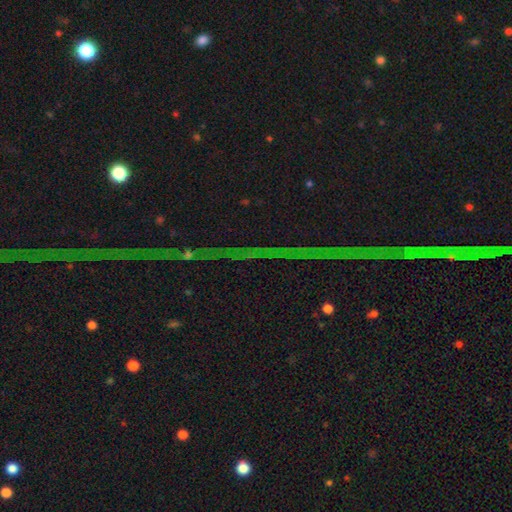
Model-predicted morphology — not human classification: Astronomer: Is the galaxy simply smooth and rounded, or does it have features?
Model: star or artifact — 79%.